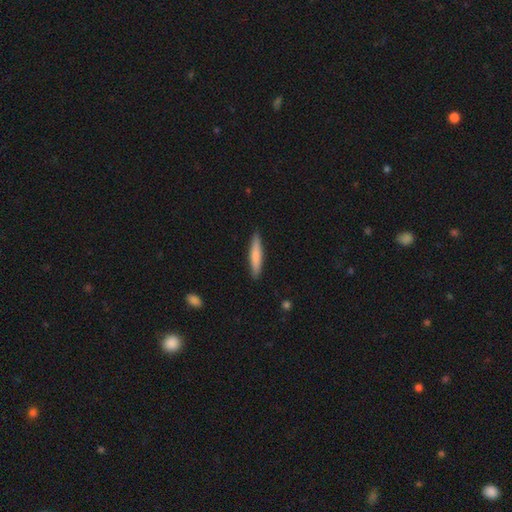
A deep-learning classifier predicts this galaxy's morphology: A smooth galaxy with no disk features (75%) that is cigar-shaped (90%).

Vote fractions:
- Smooth or featured? smooth: 75% / featured or disk: 19% / star or artifact: 5%
- How rounded? cigar-shaped: 90% / in between: 8% / round: 1%
- Merging? none: 90% / minor disturbance: 8% / major disturbance: 1% / merger: 1%